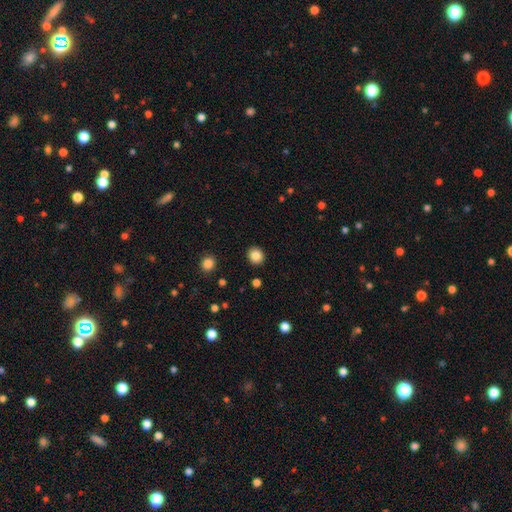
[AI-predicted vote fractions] This is clearly a smooth galaxy (85%). How rounded: clearly round (85%). Merging: clearly none (92%).